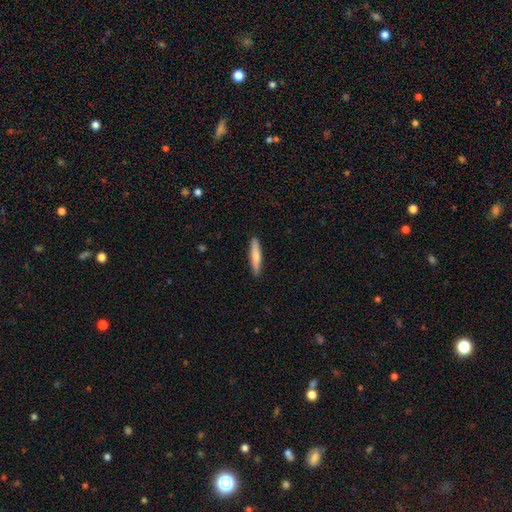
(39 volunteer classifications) Smooth or featured? smooth (67%)
How rounded? cigar-shaped (88%)
Merging? none (86%)